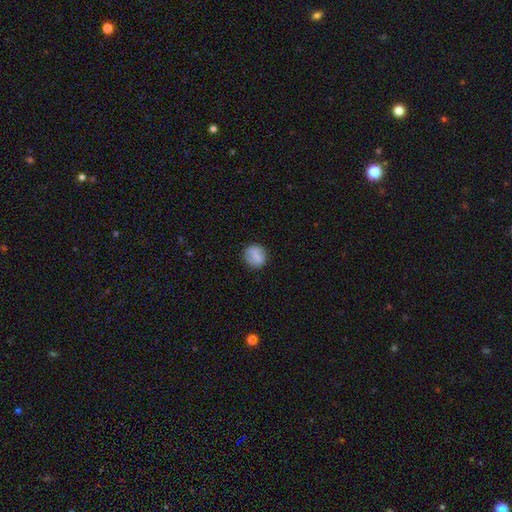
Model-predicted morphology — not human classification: smooth 77%, featured or disk 15%, star or artifact 8%. Down the decision tree: how rounded — round (81%); merging — none (83%).